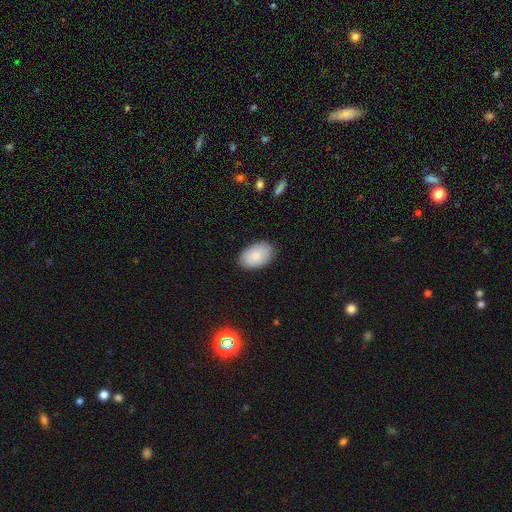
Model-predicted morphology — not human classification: type=smooth (86%); roundness=in between (92%); merging=none (86%).